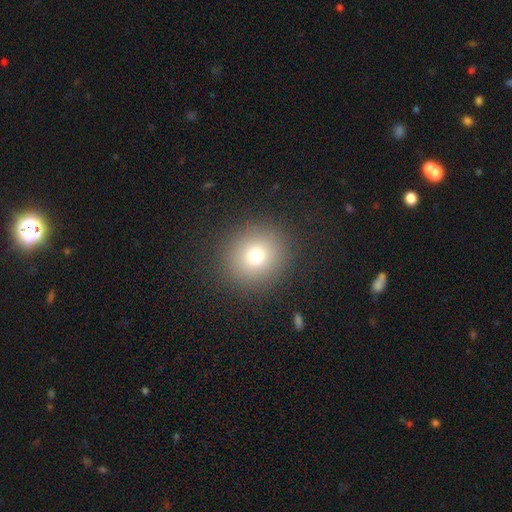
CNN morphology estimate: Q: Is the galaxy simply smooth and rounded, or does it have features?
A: smooth — 74%.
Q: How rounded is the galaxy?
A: round — 90%.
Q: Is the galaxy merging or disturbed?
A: none — 90%.